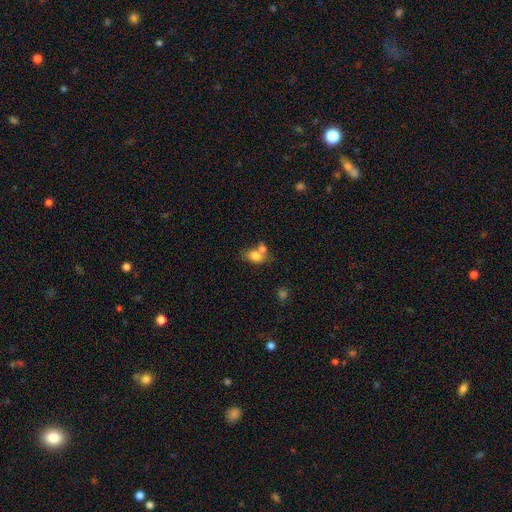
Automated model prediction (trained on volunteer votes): Q: Smooth or featured?
A: smooth (78%); runner-up: featured or disk (13%)
Q: How rounded?
A: in between (80%); runner-up: round (17%)
Q: Merging?
A: none (43%); runner-up: merger (39%)